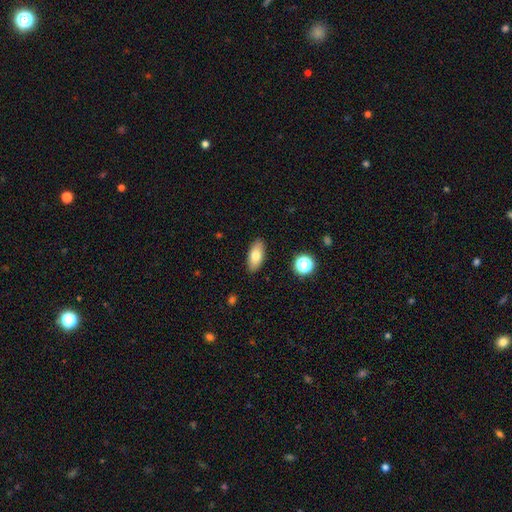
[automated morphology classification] Smooth or featured? Predicted: smooth (p=0.77). How rounded? Predicted: in between (p=0.88). Merging? Predicted: none (p=0.88).